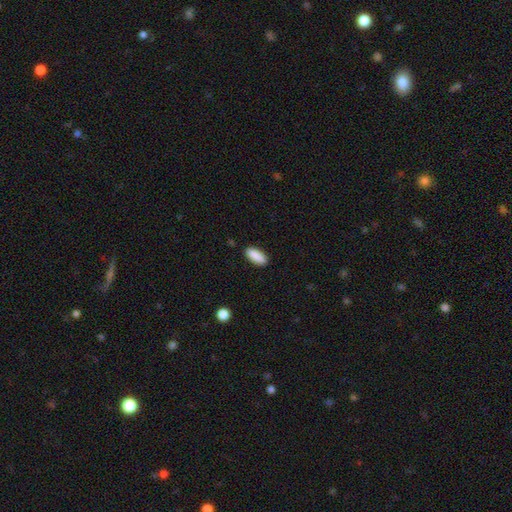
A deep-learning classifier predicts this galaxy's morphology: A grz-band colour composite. It shows a smooth galaxy with no disk features (90%) that is in between round and cigar-shaped (81%). Merging: none (88%).